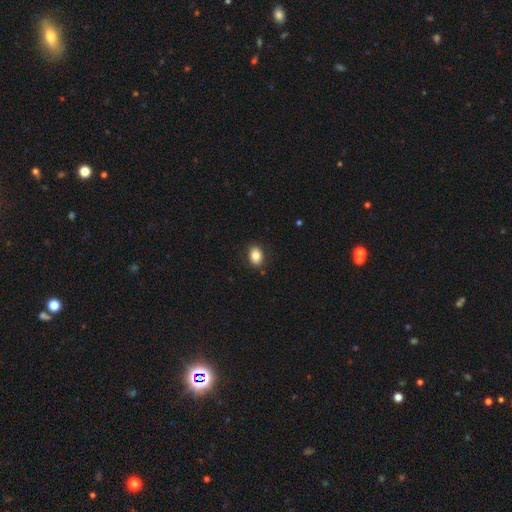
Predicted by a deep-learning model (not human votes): smooth_or_featured: smooth (p=0.83) [alt: star or artifact p=0.09]
how_rounded: in between (p=0.70) [alt: round p=0.29]
merging: none (p=0.87) [alt: minor disturbance p=0.10]